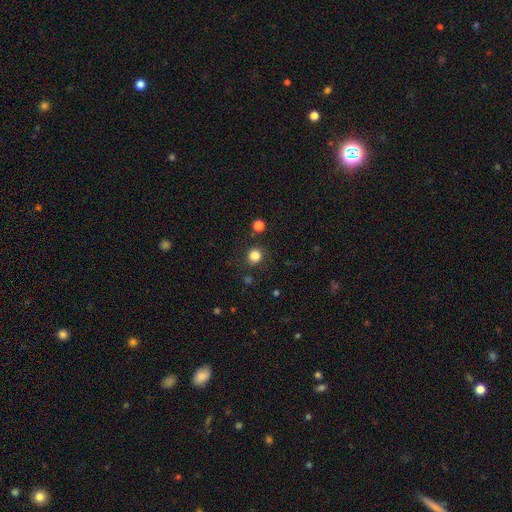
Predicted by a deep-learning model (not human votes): Overall: smooth (83%). How rounded: round (88%). Merging: none (86%).